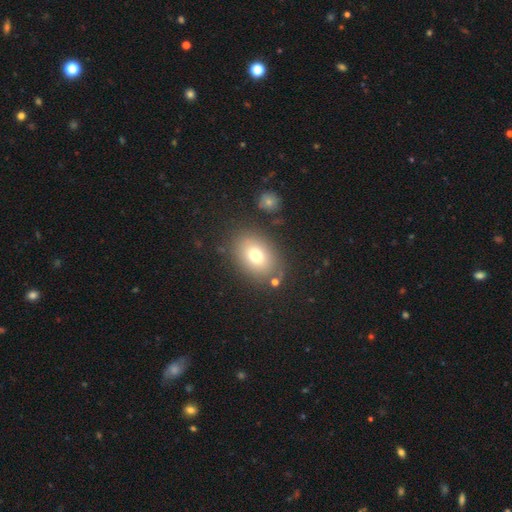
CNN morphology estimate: type=smooth (74%); roundness=in between (68%); merging=none (80%).